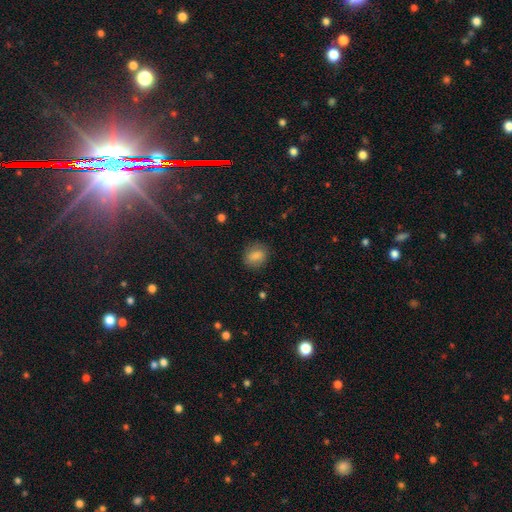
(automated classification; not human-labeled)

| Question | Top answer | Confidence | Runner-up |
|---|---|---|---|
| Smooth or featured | smooth | 81% | star or artifact (10%) |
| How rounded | round | 64% | in between (35%) |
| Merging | none | 83% | minor disturbance (12%) |